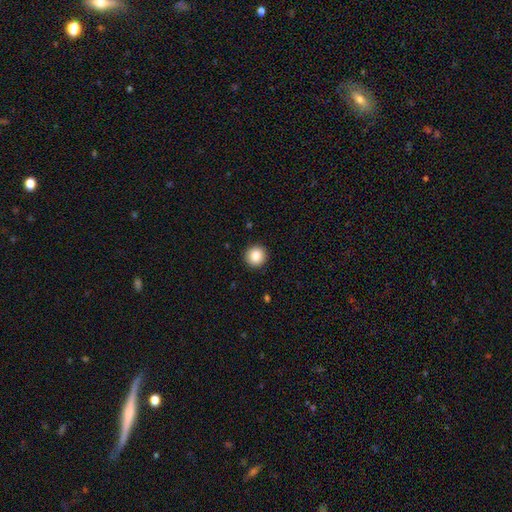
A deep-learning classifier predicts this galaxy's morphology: A smooth galaxy with no disk features (84%) that is round (95%).

Vote fractions:
- Smooth or featured? smooth: 84% / star or artifact: 9% / featured or disk: 6%
- How rounded? round: 95% / in between: 4% / cigar-shaped: 1%
- Merging? none: 93% / minor disturbance: 5% / major disturbance: 2% / merger: 1%